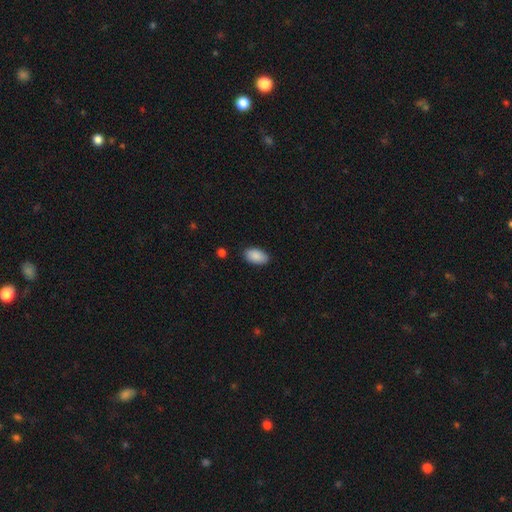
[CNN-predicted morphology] smooth 90%, star or artifact 6%, featured or disk 4%. Down the decision tree: how rounded — in between (94%); merging — none (86%).